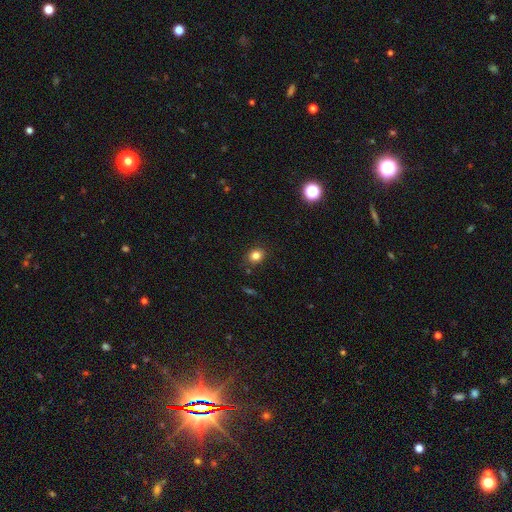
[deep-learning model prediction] Morphology: type=smooth (82%); roundness=round (60%); merging=none (85%).